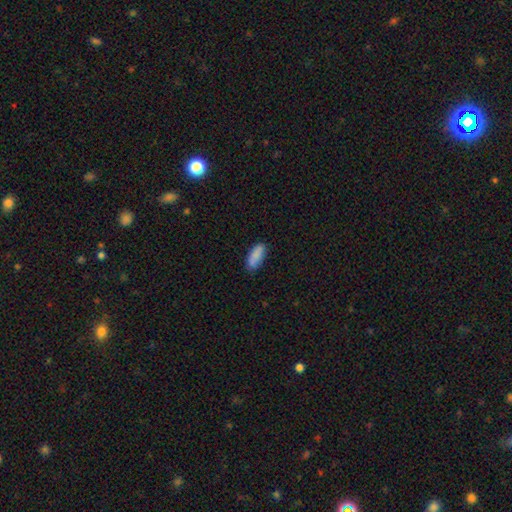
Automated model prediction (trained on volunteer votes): smooth_or_featured: smooth (p=0.86) [alt: star or artifact p=0.07]
how_rounded: in between (p=0.76) [alt: cigar-shaped p=0.22]
merging: none (p=0.76) [alt: minor disturbance p=0.18]